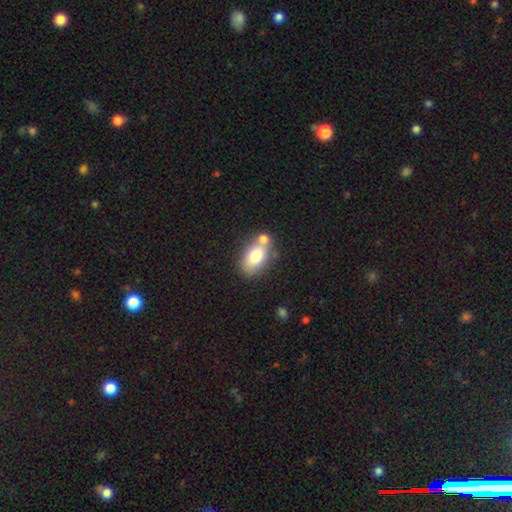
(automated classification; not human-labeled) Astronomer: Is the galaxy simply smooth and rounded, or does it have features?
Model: smooth — 73%.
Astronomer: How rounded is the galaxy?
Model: in between — 87%.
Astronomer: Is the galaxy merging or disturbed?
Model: none — 50% (runner-up: merger, 31%).